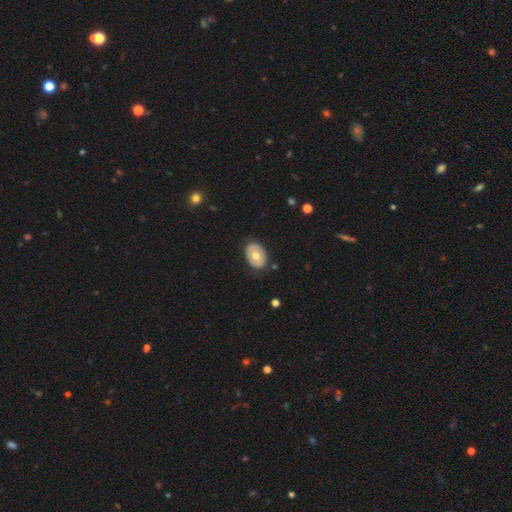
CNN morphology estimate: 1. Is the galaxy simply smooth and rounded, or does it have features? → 61% smooth, 33% featured or disk, 7% star or artifact.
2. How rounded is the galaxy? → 77% in between, 22% round, 1% cigar-shaped.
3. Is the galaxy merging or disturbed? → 83% none, 12% minor disturbance, 3% major disturbance, 2% merger.